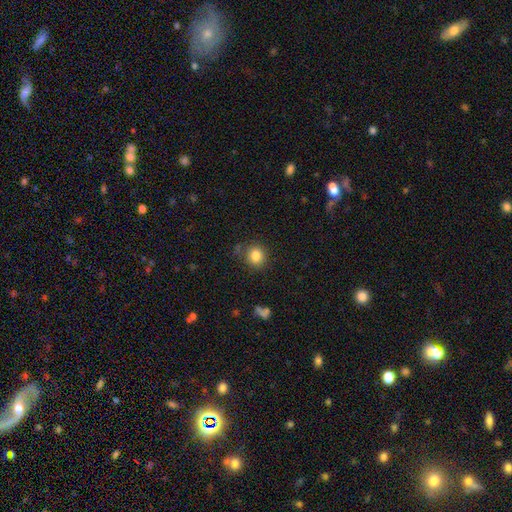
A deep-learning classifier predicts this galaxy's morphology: This appears to be a smooth galaxy with no disk features (84%) that is round (85%). Merging: none (81%).